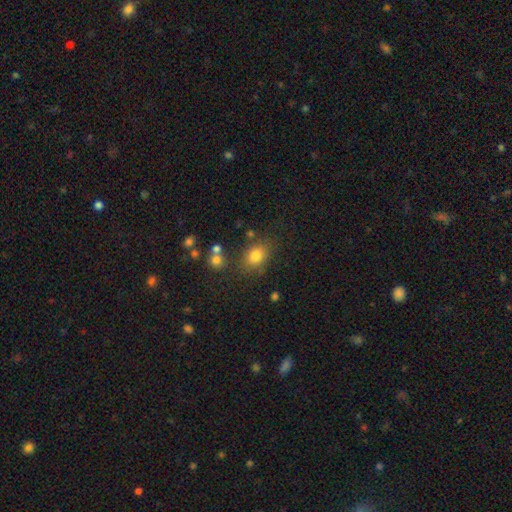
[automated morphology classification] smooth 79%, star or artifact 13%, featured or disk 8%. Down the decision tree: how rounded — in between (56%); merging — none (74%).